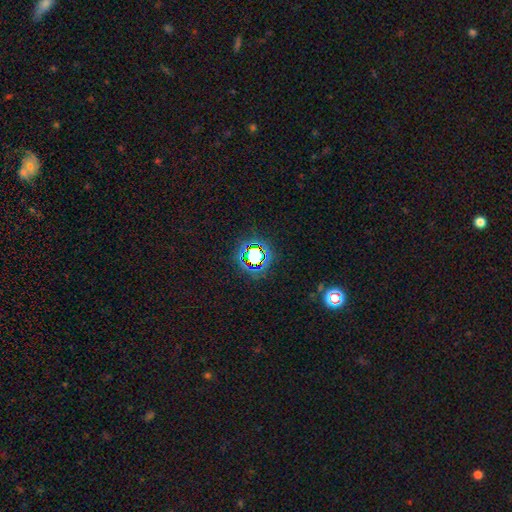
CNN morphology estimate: smooth_or_featured: star or artifact (p=0.64) [alt: smooth p=0.25]